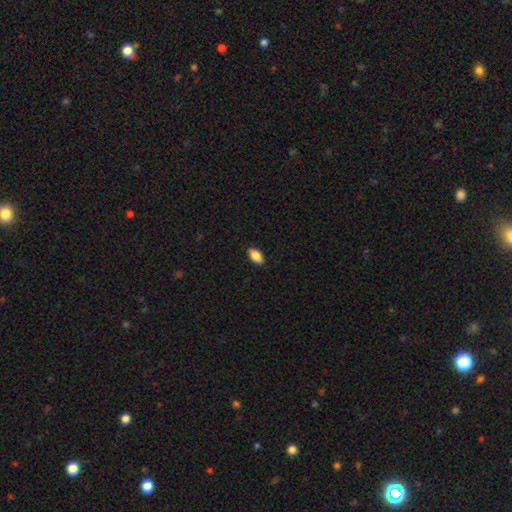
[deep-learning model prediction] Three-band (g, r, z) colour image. It shows a smooth galaxy with no disk features (85%) that is in between round and cigar-shaped (92%). Merging: none (87%).